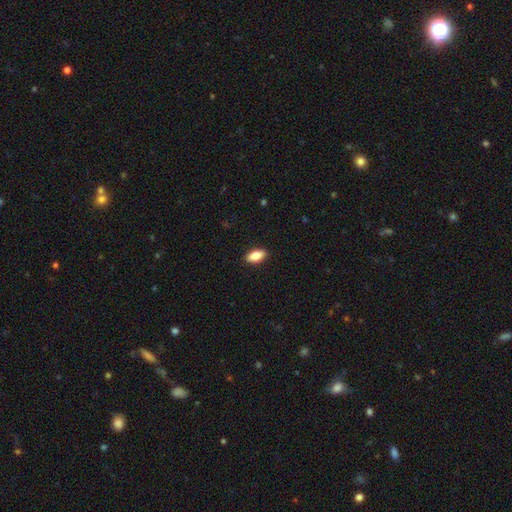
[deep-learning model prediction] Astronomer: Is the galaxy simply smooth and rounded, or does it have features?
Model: smooth — 83%.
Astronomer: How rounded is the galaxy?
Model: in between — 89%.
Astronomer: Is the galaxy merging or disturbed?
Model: none — 90%.